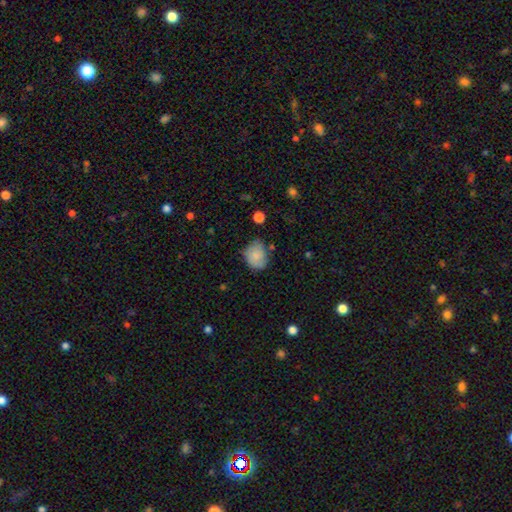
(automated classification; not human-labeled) smooth-or-featured: smooth: 83% | featured or disk: 10% | star or artifact: 8%
  how-rounded: in between: 53% | round: 46% | cigar-shaped: 1%
  merging: none: 62% | minor disturbance: 28% | major disturbance: 6% | merger: 4%